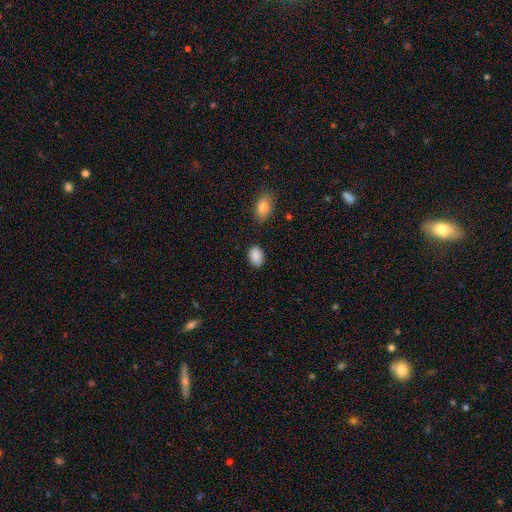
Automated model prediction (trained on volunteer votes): A smooth galaxy with no disk features (89%) that is in between round and cigar-shaped (84%).

Vote fractions:
- Smooth or featured? smooth: 89% / star or artifact: 7% / featured or disk: 3%
- How rounded? in between: 84% / round: 14% / cigar-shaped: 1%
- Merging? none: 82% / minor disturbance: 12% / major disturbance: 3% / merger: 3%